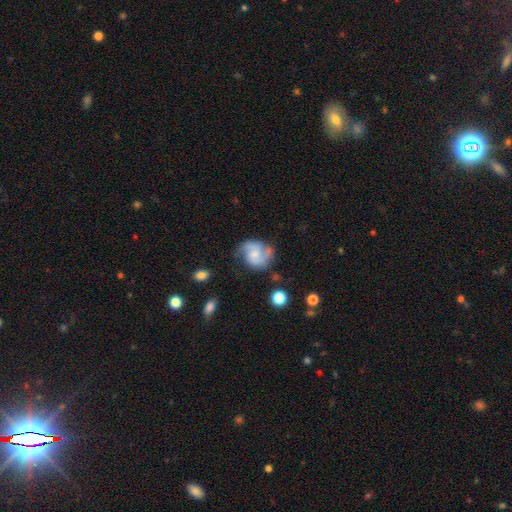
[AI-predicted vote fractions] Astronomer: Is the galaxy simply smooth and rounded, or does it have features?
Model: featured or disk — 75%.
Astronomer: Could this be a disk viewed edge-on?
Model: no — 98%.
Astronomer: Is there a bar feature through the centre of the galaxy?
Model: no — 62%.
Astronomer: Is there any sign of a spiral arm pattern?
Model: yes — 95%.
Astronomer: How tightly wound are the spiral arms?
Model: medium — 51% (runner-up: tight, 28%).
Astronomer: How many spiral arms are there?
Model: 2 — 80%.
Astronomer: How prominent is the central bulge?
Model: small — 51% (runner-up: moderate, 31%).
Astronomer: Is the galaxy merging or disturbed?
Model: none — 62%.